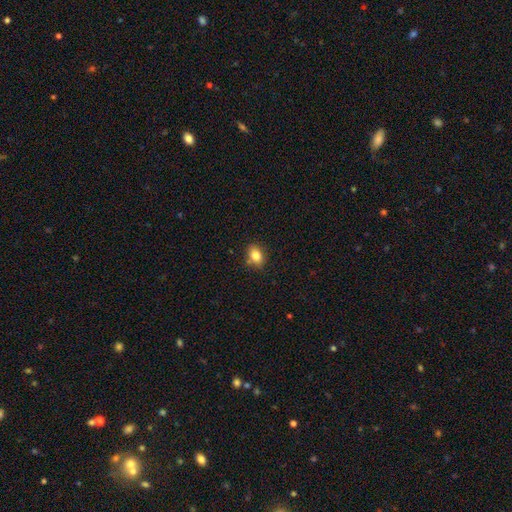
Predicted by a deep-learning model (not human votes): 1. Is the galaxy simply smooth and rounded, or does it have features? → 82% smooth, 10% star or artifact, 9% featured or disk.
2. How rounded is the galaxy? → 75% in between, 24% round, 2% cigar-shaped.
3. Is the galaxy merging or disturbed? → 79% none, 13% minor disturbance, 5% merger, 3% major disturbance.